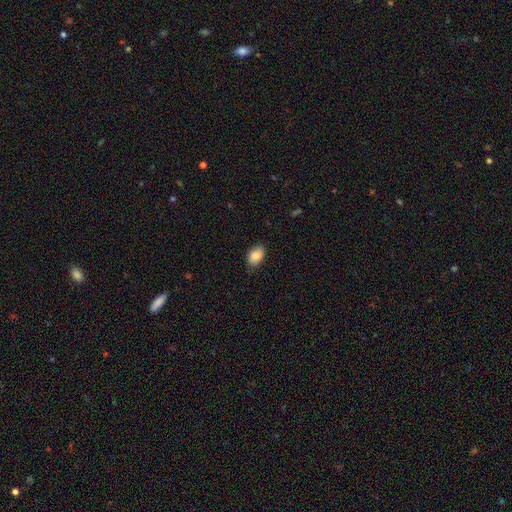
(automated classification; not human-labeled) smooth 85%, featured or disk 8%, star or artifact 7%. Down the decision tree: how rounded — in between (86%); merging — none (83%).